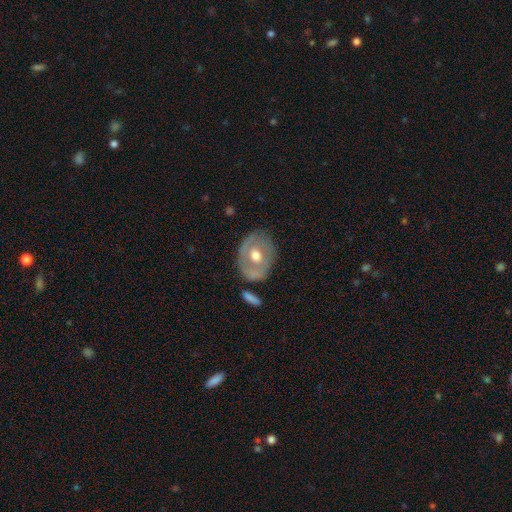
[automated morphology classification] This is possibly a featured or disk galaxy (57%). It is clearly not viewed edge-on (94%). Bar: likely no (78%). Spiral arm pattern: likely no (70%). Central bulge: likely moderate (73%). Merging: likely none (72%).